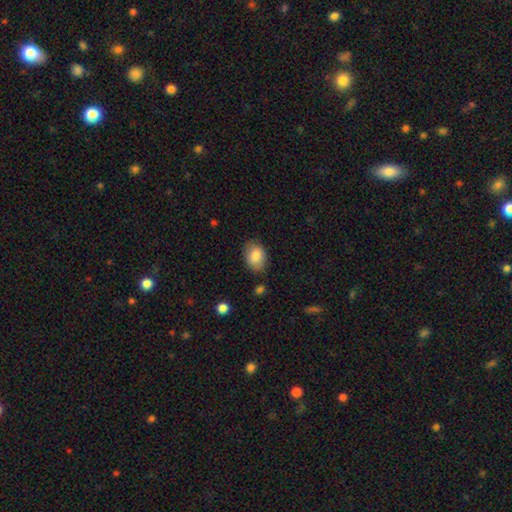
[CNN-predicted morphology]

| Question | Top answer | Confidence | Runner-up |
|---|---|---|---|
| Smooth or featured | smooth | 82% | featured or disk (11%) |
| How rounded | in between | 75% | round (24%) |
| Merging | none | 76% | minor disturbance (18%) |